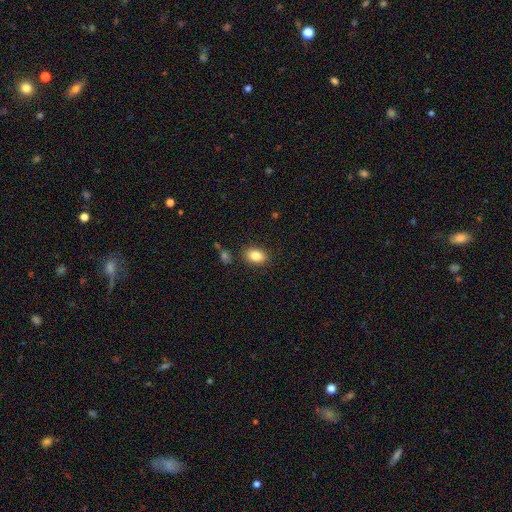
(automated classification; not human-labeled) Smooth or featured?
  - smooth: 84% *
  - star or artifact: 8%
  - featured or disk: 7%
How rounded?
  - in between: 80% *
  - round: 19%
  - cigar-shaped: 1%
Merging?
  - none: 86% *
  - minor disturbance: 9%
  - merger: 3%
  - major disturbance: 2%